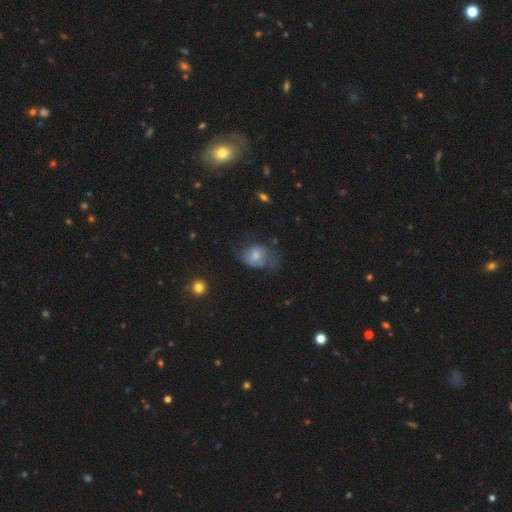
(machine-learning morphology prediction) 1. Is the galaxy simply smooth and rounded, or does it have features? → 50% smooth, 40% featured or disk, 10% star or artifact.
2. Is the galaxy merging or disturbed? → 35% none, 32% major disturbance, 31% minor disturbance, 3% merger.